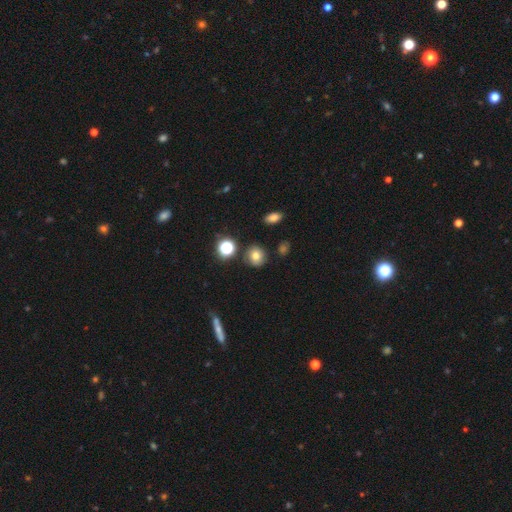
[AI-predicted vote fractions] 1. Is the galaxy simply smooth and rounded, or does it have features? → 73% smooth, 17% star or artifact, 10% featured or disk.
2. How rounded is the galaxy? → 83% round, 16% in between, 1% cigar-shaped.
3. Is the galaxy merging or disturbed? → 82% none, 10% minor disturbance, 4% merger, 3% major disturbance.